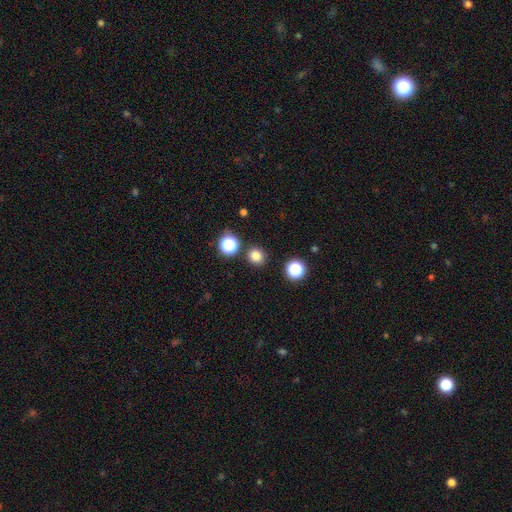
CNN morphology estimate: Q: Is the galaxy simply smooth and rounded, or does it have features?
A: smooth — 79%.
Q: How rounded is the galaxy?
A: round — 90%.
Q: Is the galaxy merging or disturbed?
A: none — 88%.